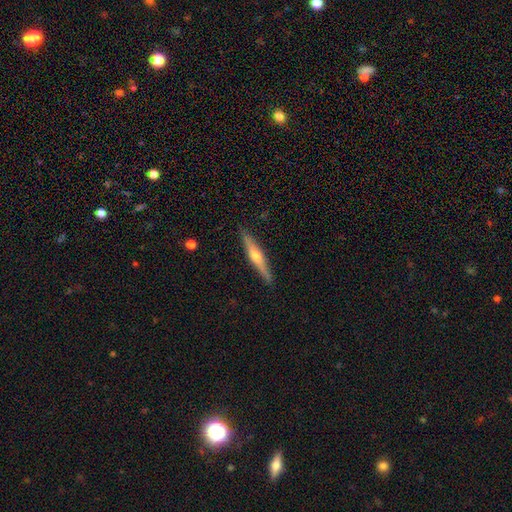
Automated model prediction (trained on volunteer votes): smooth-or-featured: featured or disk: 61% | smooth: 33% | star or artifact: 6%
  disk-edge-on: yes: 97% | no: 3%
    edge-on-bulge: rounded: 84% | none: 9% | boxy: 7%
  merging: none: 90% | minor disturbance: 7% | major disturbance: 2% | merger: 1%